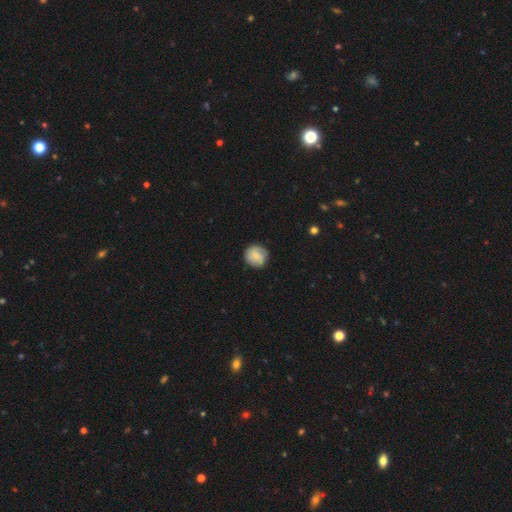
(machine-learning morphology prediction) type=smooth (72%); roundness=round (91%); merging=none (80%).